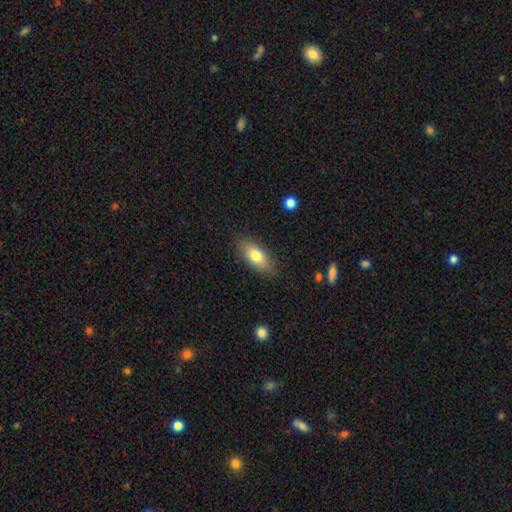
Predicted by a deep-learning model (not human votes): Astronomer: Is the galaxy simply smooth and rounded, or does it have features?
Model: smooth — 77%.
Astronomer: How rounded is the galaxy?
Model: in between — 82%.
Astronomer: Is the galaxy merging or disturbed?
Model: none — 86%.